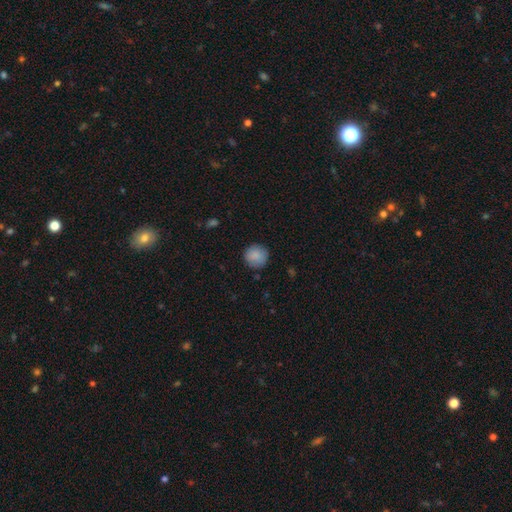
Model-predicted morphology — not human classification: This appears to be a smooth galaxy with no disk features (88%) that is round (93%). Merging: none (88%).